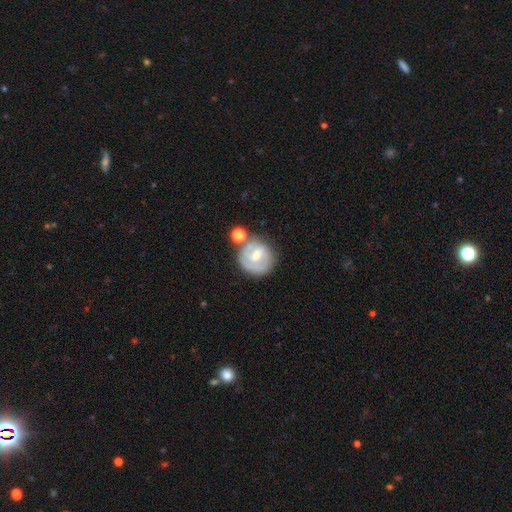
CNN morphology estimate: Smooth or featured: featured or disk — 63% (smooth — 30%)
Edge-on disk: no — 97% (yes — 3%)
Bar: weak — 51% (no — 30%)
Spiral arms: yes — 76% (no — 24%)
Bulge size: moderate — 47% (small — 33%)
Merging: none — 57% (minor disturbance — 19%)